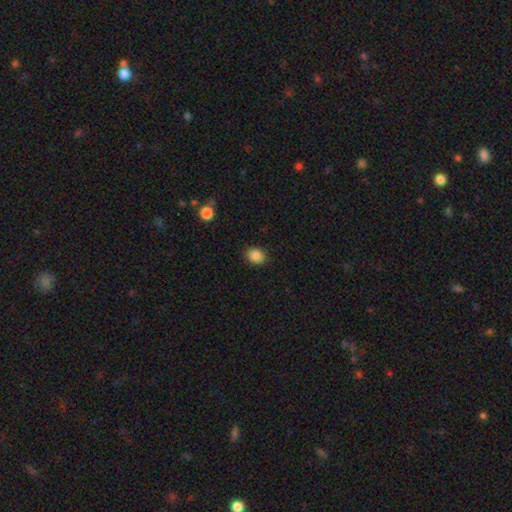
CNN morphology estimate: Smooth or featured?
  - smooth: 87% *
  - star or artifact: 10%
  - featured or disk: 3%
How rounded?
  - round: 58% *
  - in between: 41%
  - cigar-shaped: 1%
Merging?
  - none: 89% *
  - minor disturbance: 8%
  - major disturbance: 2%
  - merger: 1%